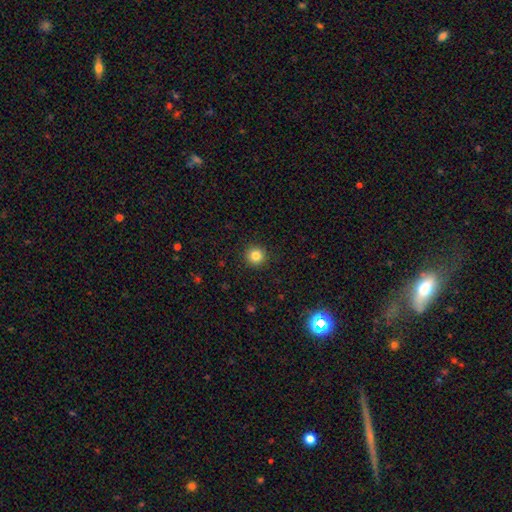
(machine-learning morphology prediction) A smooth galaxy with no disk features (83%) that is round (95%).

Vote fractions:
- Smooth or featured? smooth: 83% / star or artifact: 12% / featured or disk: 5%
- How rounded? round: 95% / in between: 4% / cigar-shaped: 1%
- Merging? none: 92% / minor disturbance: 5% / major disturbance: 2% / merger: 1%